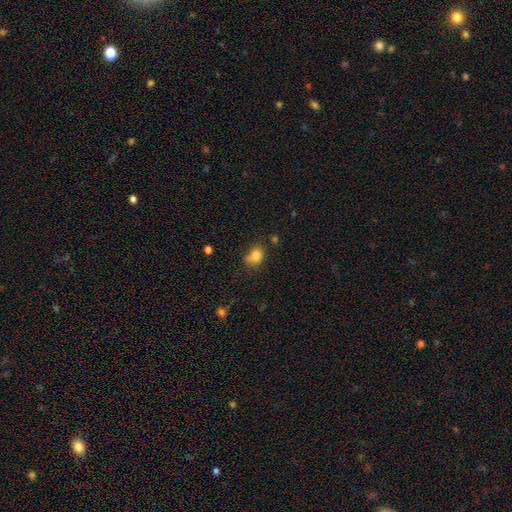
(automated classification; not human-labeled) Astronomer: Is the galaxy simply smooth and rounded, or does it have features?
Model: smooth — 81%.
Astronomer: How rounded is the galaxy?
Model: round — 50% (runner-up: in between, 49%).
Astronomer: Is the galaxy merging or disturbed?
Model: none — 54%.